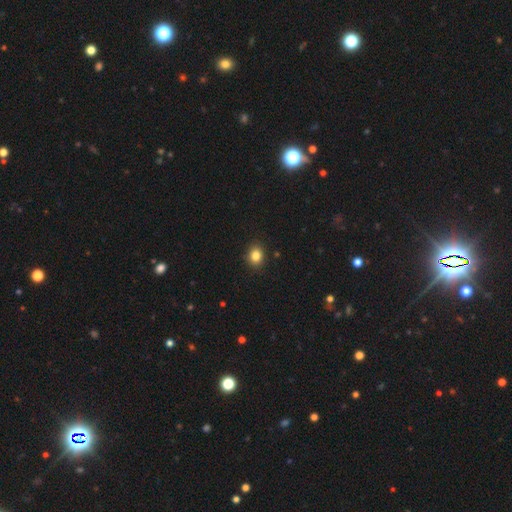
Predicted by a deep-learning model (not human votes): smooth_or_featured: smooth (p=0.84) [alt: star or artifact p=0.11]
how_rounded: round (p=0.59) [alt: in between p=0.40]
merging: none (p=0.89) [alt: minor disturbance p=0.08]